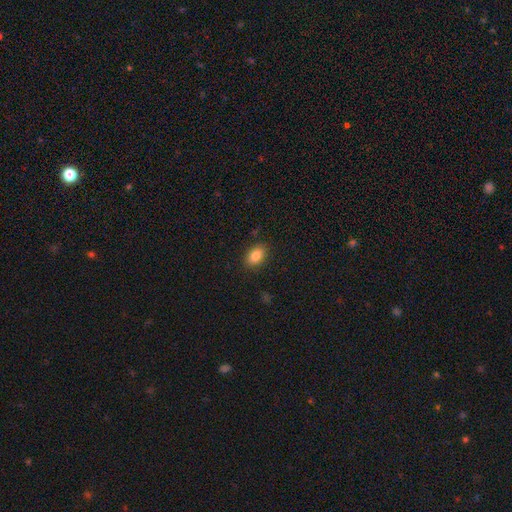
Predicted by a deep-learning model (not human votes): Smooth or featured: smooth — 85% (star or artifact — 8%)
How rounded: in between — 88% (round — 10%)
Merging: none — 88% (minor disturbance — 9%)